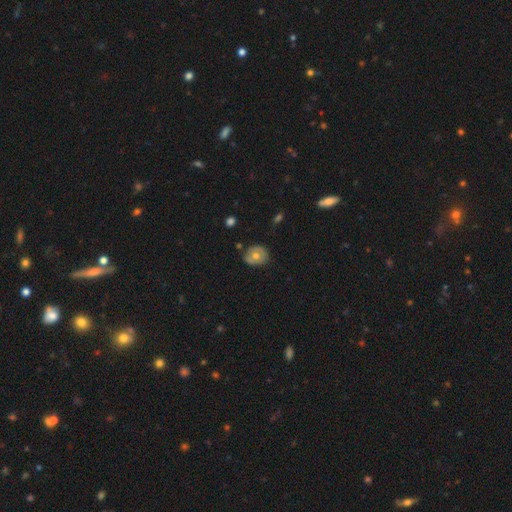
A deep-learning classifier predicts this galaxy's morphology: The model was most divided on "smooth or featured": smooth: 55%, featured or disk: 36%, star or artifact: 8%. More confident: merging — none (73%); how rounded — round (72%).